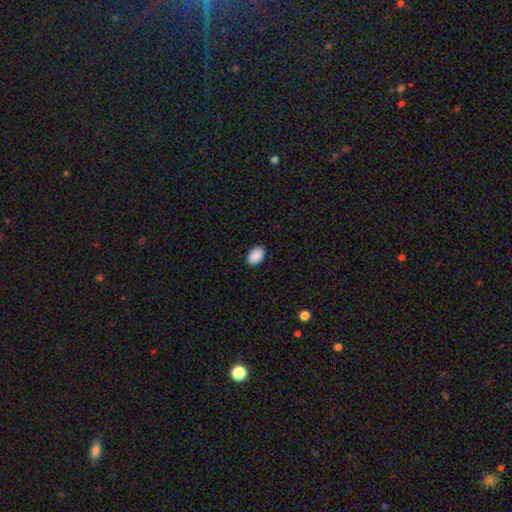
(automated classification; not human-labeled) smooth-or-featured: smooth: 91% | star or artifact: 7% | featured or disk: 2%
  how-rounded: in between: 90% | round: 9% | cigar-shaped: 1%
  merging: none: 90% | minor disturbance: 8% | major disturbance: 2% | merger: 1%